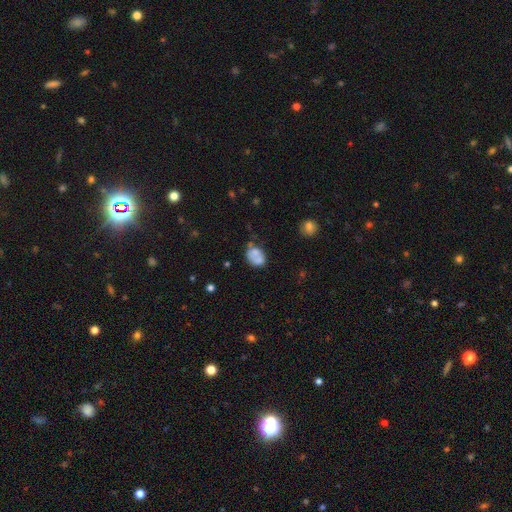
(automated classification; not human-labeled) This appears to be a smooth galaxy with no disk features (65%) that is in between round and cigar-shaped (61%). Merging: none (36%).